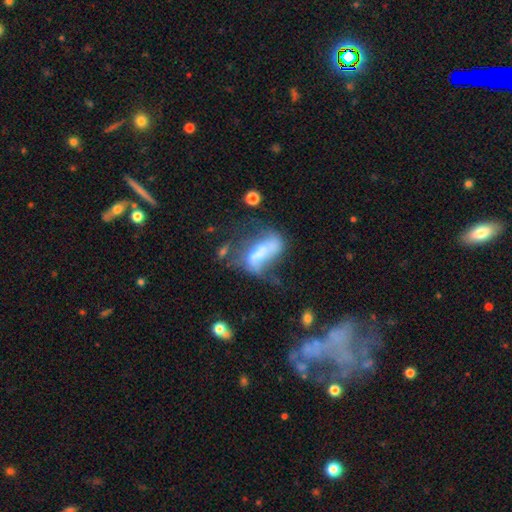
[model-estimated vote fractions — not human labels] A featured or disk galaxy (46%).

Vote fractions:
- Smooth or featured? featured or disk: 46% / smooth: 43% / star or artifact: 11%
- Merging? major disturbance: 41% / merger: 22% / none: 19% / minor disturbance: 17%